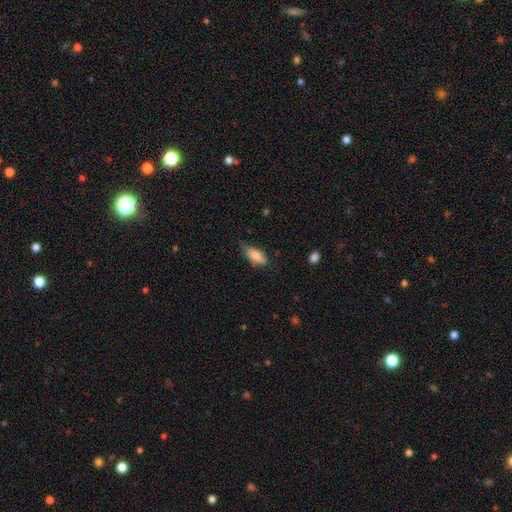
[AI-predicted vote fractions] Morphology: type=smooth (79%); roundness=in between (86%); merging=none (57%).